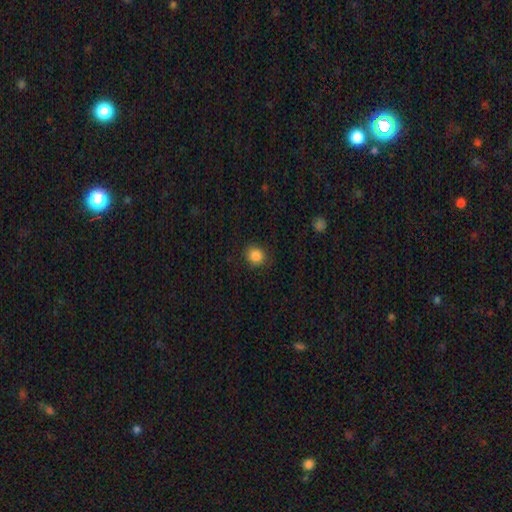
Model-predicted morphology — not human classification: Smooth or featured? Predicted: smooth (p=0.86). How rounded? Predicted: round (p=0.80). Merging? Predicted: none (p=0.87).